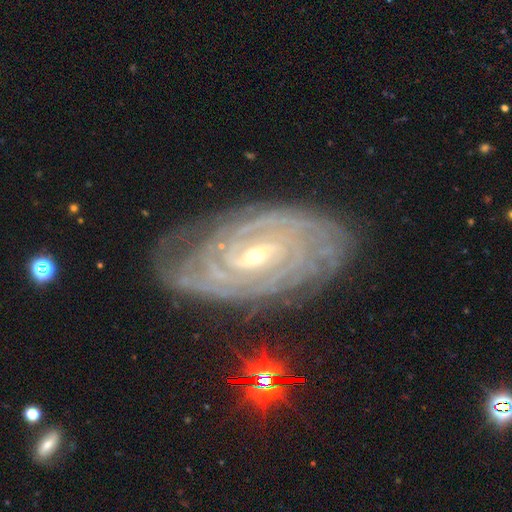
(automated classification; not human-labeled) Smooth or featured: featured or disk — 89% (star or artifact — 6%)
Edge-on disk: no — 95% (yes — 5%)
Bar: weak — 45% (strong — 28%)
Spiral arms: yes — 98% (no — 2%)
Spiral winding: tight — 83% (medium — 14%)
Spiral arm count: can't tell — 29% (4 — 20%)
Bulge size: small — 60% (moderate — 37%)
Merging: none — 79% (minor disturbance — 15%)